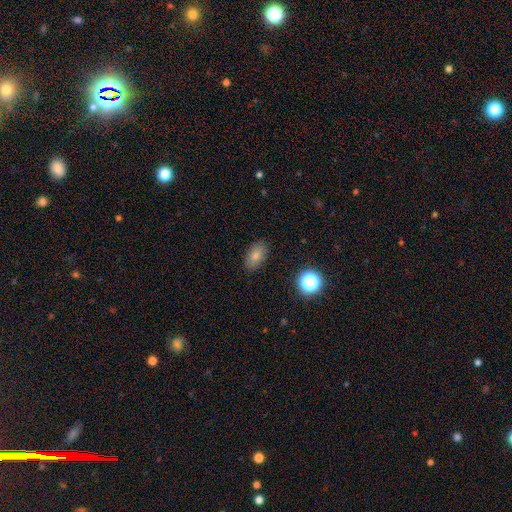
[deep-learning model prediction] Smooth or featured: smooth — 78% (star or artifact — 11%)
How rounded: in between — 88% (round — 10%)
Merging: none — 85% (minor disturbance — 10%)